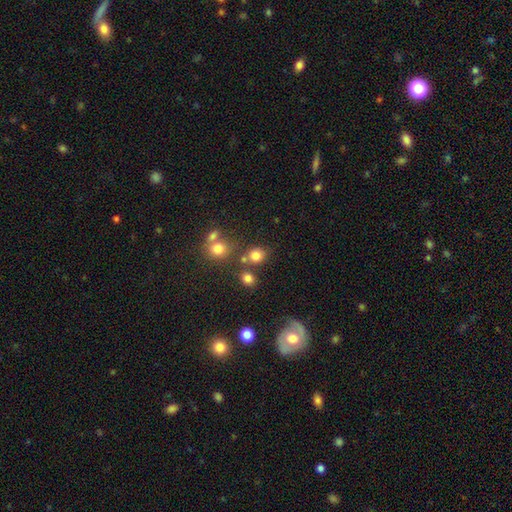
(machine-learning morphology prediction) smooth-or-featured: smooth: 78% | star or artifact: 15% | featured or disk: 7%
  how-rounded: round: 78% | in between: 21% | cigar-shaped: 1%
  merging: none: 65% | merger: 18% | minor disturbance: 11% | major disturbance: 5%